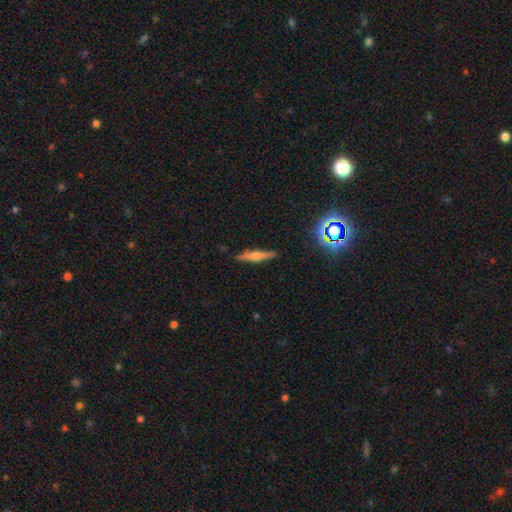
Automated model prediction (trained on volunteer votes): This appears to be a featured or disk galaxy (56%) viewed edge-on (96%) with a rounded central bulge (80%). Merging: none (88%).